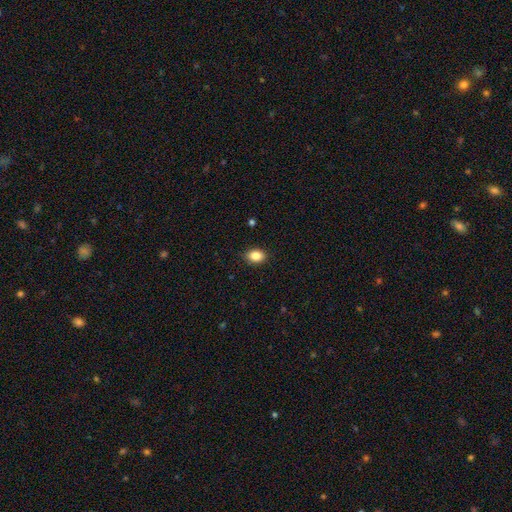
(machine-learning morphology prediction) Q: Smooth or featured?
A: smooth (86%); runner-up: star or artifact (9%)
Q: How rounded?
A: in between (74%); runner-up: round (25%)
Q: Merging?
A: none (88%); runner-up: minor disturbance (9%)